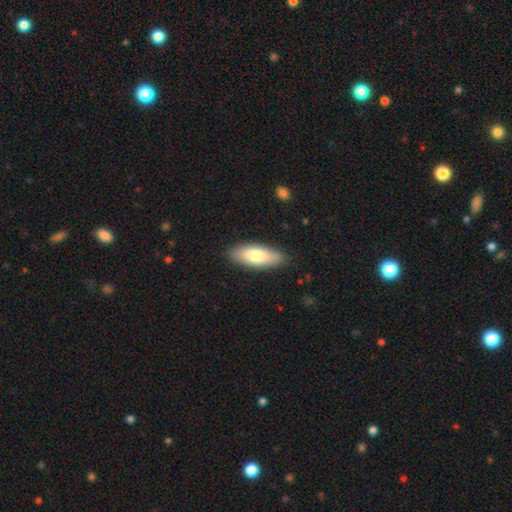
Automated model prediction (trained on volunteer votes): Smooth or featured: smooth — 74% (featured or disk — 20%)
How rounded: in between — 72% (cigar-shaped — 26%)
Merging: none — 85% (minor disturbance — 11%)